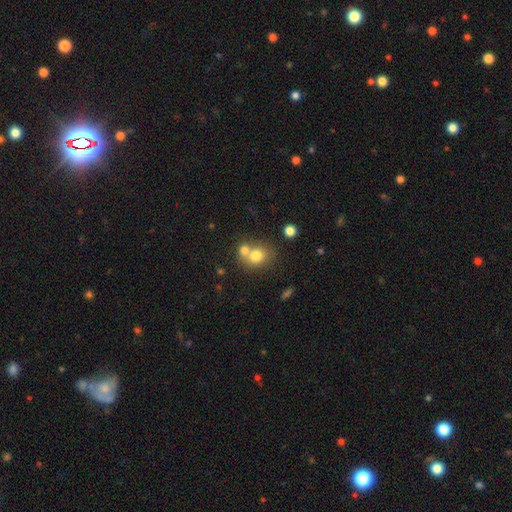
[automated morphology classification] The model was most divided on "merging": merger: 48%, none: 40%, minor disturbance: 8%, major disturbance: 4%. More confident: smooth or featured — smooth (75%); how rounded — round (69%).